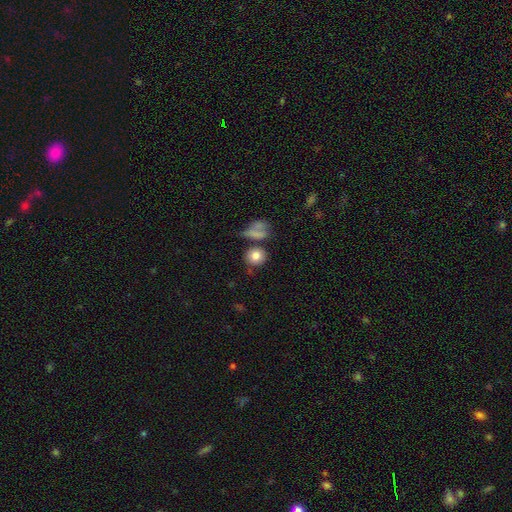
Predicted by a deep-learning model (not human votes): A smooth galaxy with no disk features (81%) that is round (79%).

Vote fractions:
- Smooth or featured? smooth: 81% / star or artifact: 10% / featured or disk: 9%
- How rounded? round: 79% / in between: 20% / cigar-shaped: 1%
- Merging? none: 66% / merger: 15% / minor disturbance: 13% / major disturbance: 6%